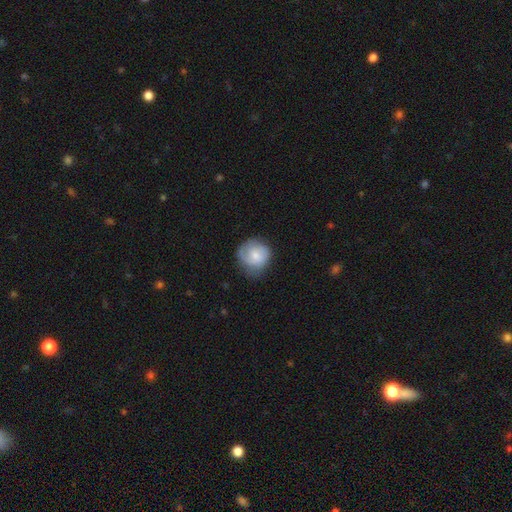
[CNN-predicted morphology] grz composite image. It shows a smooth galaxy with no disk features (65%) that is round (85%). Merging: none (59%).